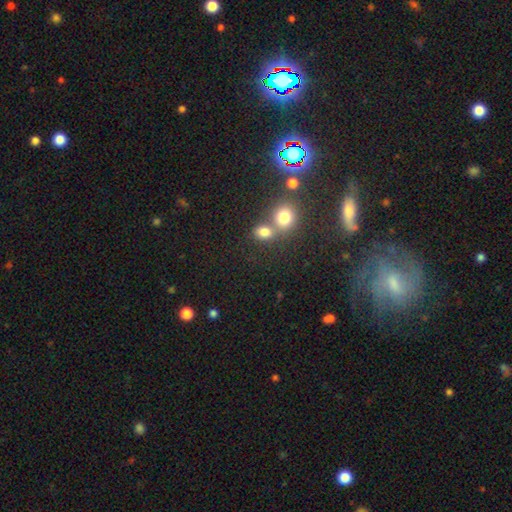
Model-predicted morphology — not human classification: type=star or artifact (50%).